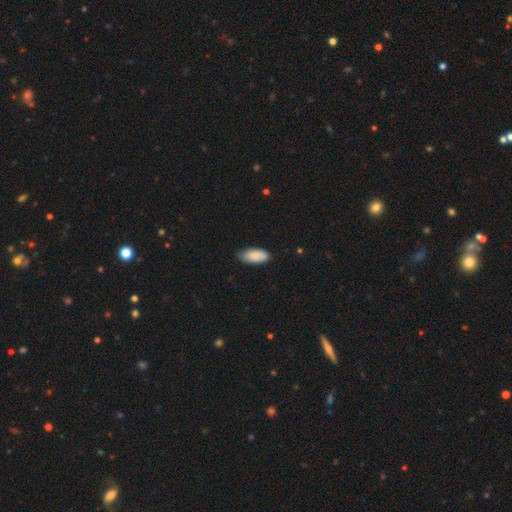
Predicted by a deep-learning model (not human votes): Smooth or featured? Predicted: smooth (p=0.87). How rounded? Predicted: in between (p=0.90). Merging? Predicted: none (p=0.70).